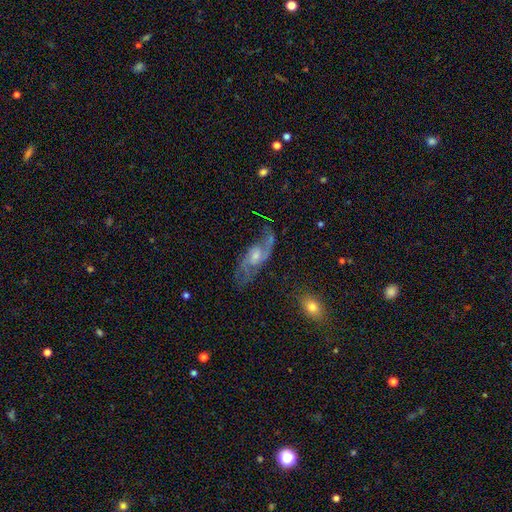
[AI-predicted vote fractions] This is clearly a featured or disk galaxy (83%). It is clearly not viewed edge-on (93%). Bar: possibly no (51%). Spiral arm pattern: clearly yes (94%). Spiral arm count: likely 2 (79%). Spiral winding: marginally medium (44%). Central bulge: possibly small (46%). Merging: likely none (61%).